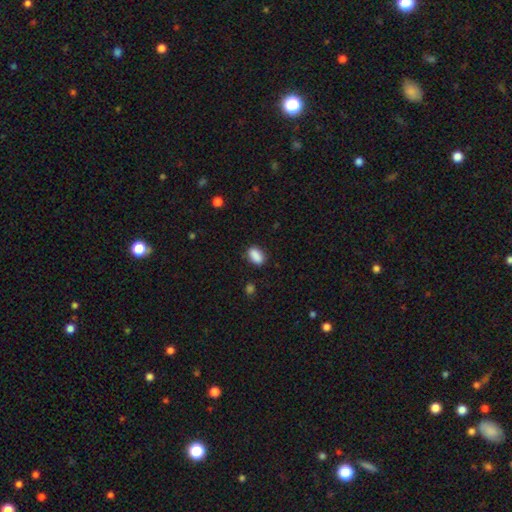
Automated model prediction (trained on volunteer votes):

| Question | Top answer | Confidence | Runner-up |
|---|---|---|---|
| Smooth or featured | smooth | 89% | star or artifact (8%) |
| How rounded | in between | 89% | round (8%) |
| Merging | none | 84% | minor disturbance (12%) |